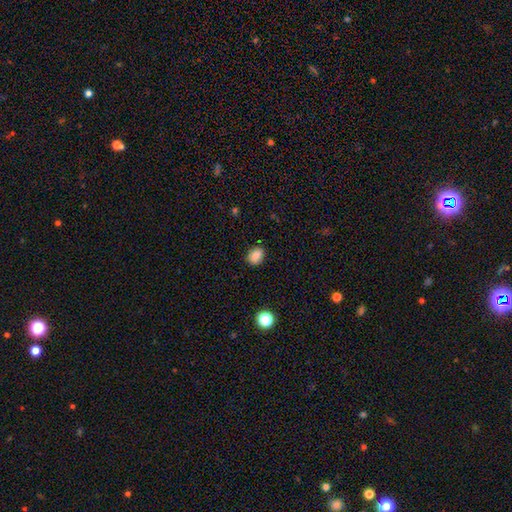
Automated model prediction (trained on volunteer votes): This is clearly a smooth galaxy (86%). How rounded: likely in between (68%). Merging: clearly none (81%).